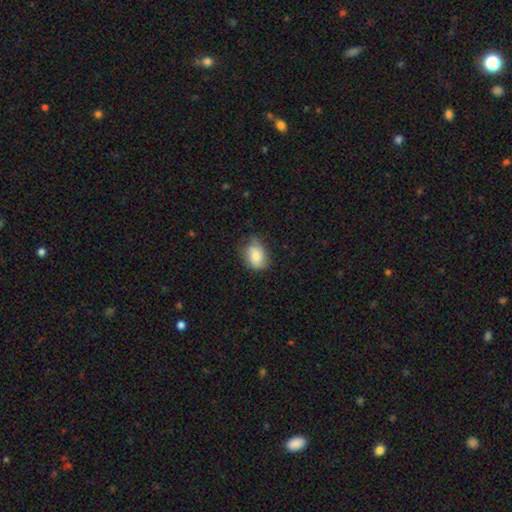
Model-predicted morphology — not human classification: smooth_or_featured: smooth (p=0.74) [alt: featured or disk p=0.18]
how_rounded: in between (p=0.73) [alt: round p=0.25]
merging: none (p=0.57) [alt: minor disturbance p=0.32]